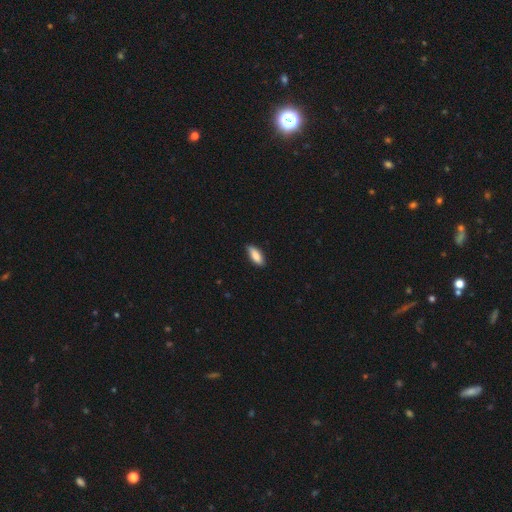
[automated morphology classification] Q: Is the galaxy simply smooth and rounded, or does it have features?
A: smooth — 85%.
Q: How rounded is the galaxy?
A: in between — 77%.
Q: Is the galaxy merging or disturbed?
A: none — 81%.